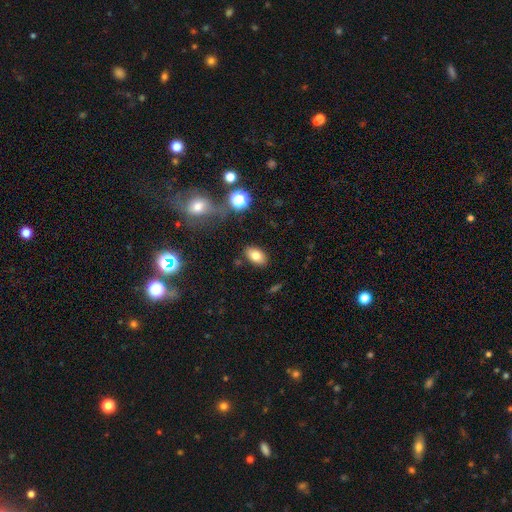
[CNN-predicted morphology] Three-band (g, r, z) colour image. It shows a smooth galaxy with no disk features (79%) that is in between round and cigar-shaped (89%). Merging: none (85%).